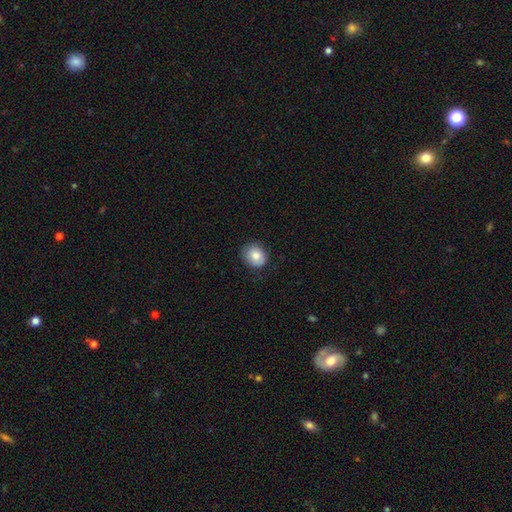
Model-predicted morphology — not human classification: smooth_or_featured: smooth (p=0.82) [alt: featured or disk p=0.10]
how_rounded: round (p=0.67) [alt: in between p=0.32]
merging: none (p=0.79) [alt: minor disturbance p=0.16]